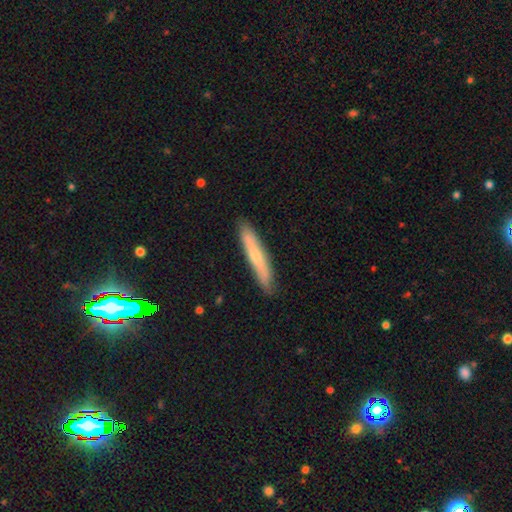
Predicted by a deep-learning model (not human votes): Overall: smooth (61%; featured or disk 34%). How rounded: cigar-shaped (93%). Merging: none (86%).